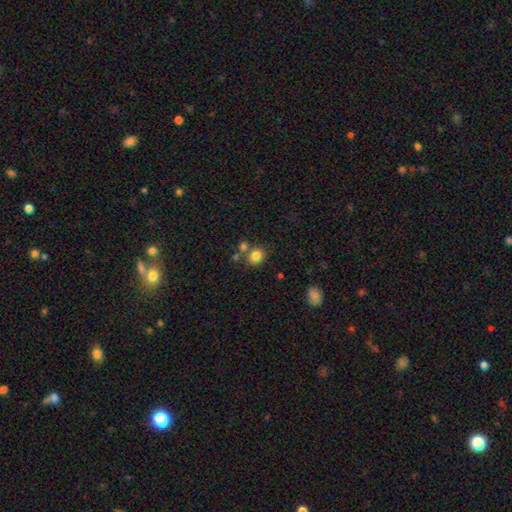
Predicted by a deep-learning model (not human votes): smooth 82%, star or artifact 11%, featured or disk 7%. Down the decision tree: how rounded — round (75%); merging — none (67%).